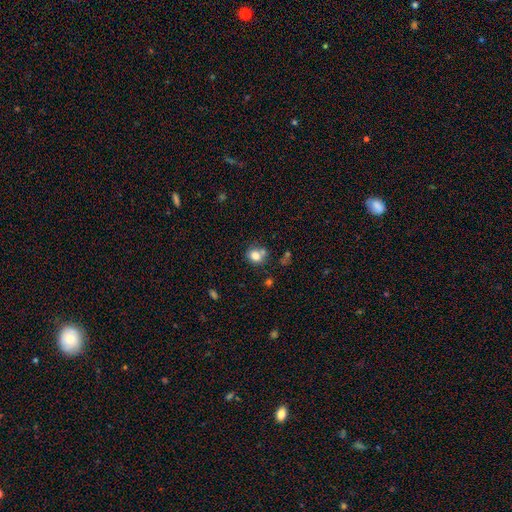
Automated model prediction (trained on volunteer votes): Overall: smooth (80%). How rounded: round (61%; in between 39%). Merging: none (58%; merger 20%).